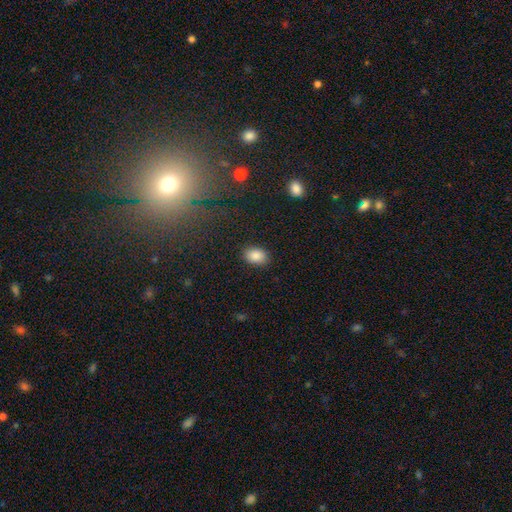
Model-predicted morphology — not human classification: Smooth or featured: smooth — 87% (star or artifact — 8%)
How rounded: in between — 81% (round — 18%)
Merging: none — 87% (minor disturbance — 9%)